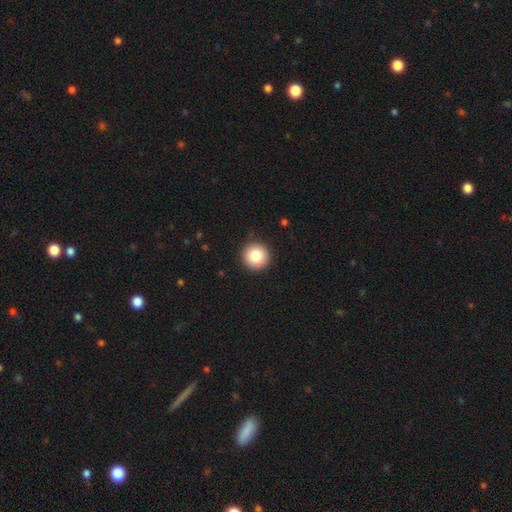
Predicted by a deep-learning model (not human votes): Smooth or featured: smooth — 83% (star or artifact — 9%)
How rounded: round — 96% (in between — 3%)
Merging: none — 90% (minor disturbance — 7%)